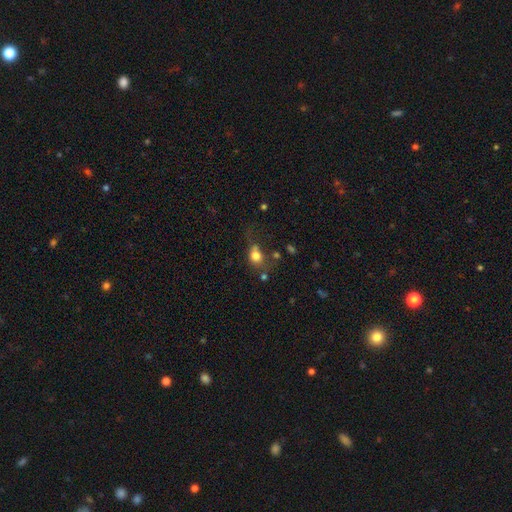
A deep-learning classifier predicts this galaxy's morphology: Smooth or featured?
  - smooth: 77% *
  - star or artifact: 12%
  - featured or disk: 11%
How rounded?
  - round: 63% *
  - in between: 35%
  - cigar-shaped: 2%
Merging?
  - none: 40% *
  - minor disturbance: 24%
  - major disturbance: 23%
  - merger: 13%